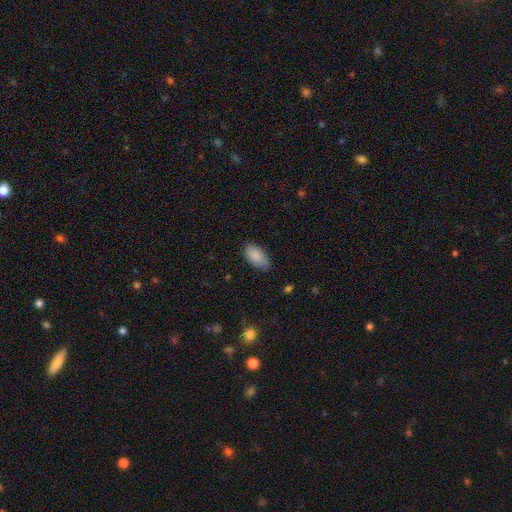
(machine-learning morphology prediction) type=smooth (88%); roundness=in between (94%); merging=none (80%).